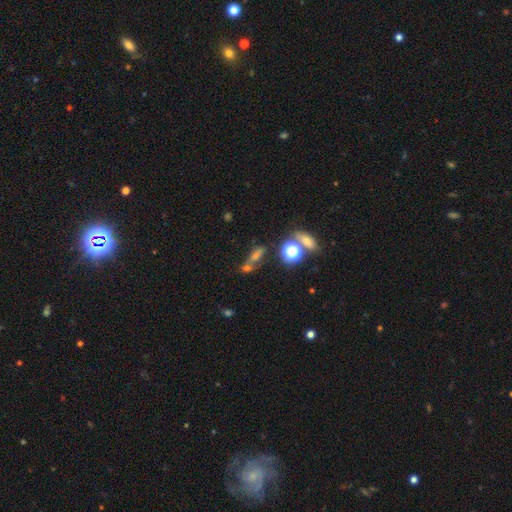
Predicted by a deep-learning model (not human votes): Smooth or featured: smooth — 46% (star or artifact — 33%)
Merging: none — 48% (merger — 31%)